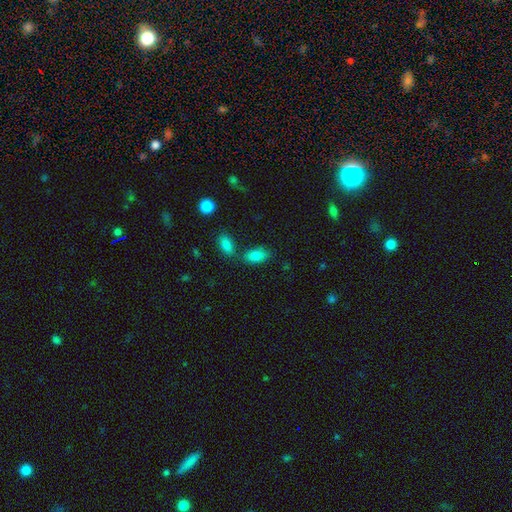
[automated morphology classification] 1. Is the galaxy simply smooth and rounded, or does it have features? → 84% smooth, 8% star or artifact, 8% featured or disk.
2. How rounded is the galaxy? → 91% in between, 5% round, 4% cigar-shaped.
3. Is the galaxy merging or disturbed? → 64% none, 18% merger, 14% minor disturbance, 4% major disturbance.